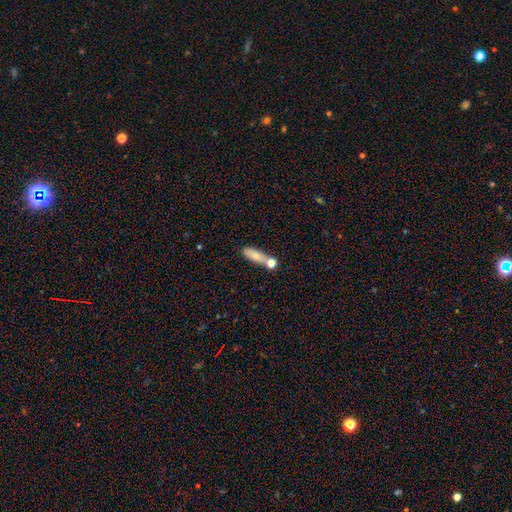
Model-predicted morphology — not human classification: Overall: smooth (78%). How rounded: in between (51%; cigar-shaped 44%). Merging: none (53%; merger 26%).